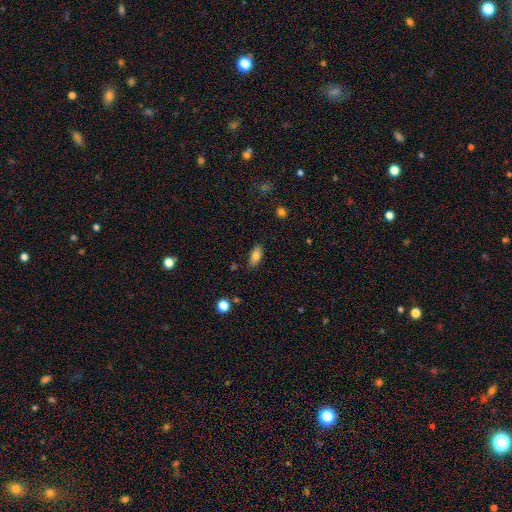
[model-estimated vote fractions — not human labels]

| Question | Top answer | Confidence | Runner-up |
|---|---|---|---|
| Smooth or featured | smooth | 80% | featured or disk (12%) |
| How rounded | in between | 84% | cigar-shaped (13%) |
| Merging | none | 83% | minor disturbance (12%) |